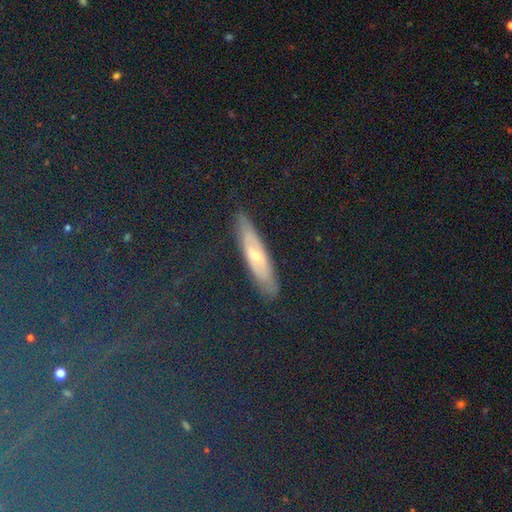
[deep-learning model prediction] star or artifact 40%, smooth 34%, featured or disk 26%.